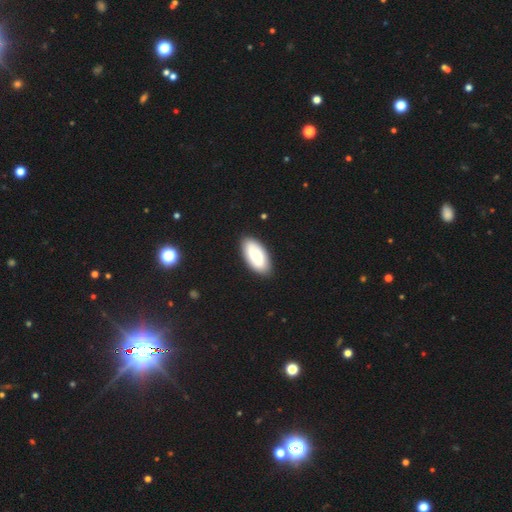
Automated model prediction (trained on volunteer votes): Smooth or featured?
  - smooth: 59% *
  - featured or disk: 35%
  - star or artifact: 6%
How rounded?
  - in between: 93% *
  - cigar-shaped: 5%
  - round: 2%
Merging?
  - none: 88% *
  - minor disturbance: 9%
  - major disturbance: 2%
  - merger: 1%